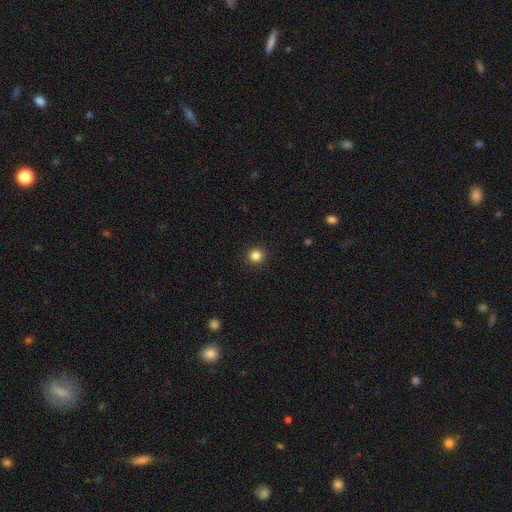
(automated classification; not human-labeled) Morphology: type=smooth (84%); roundness=round (95%); merging=none (93%).